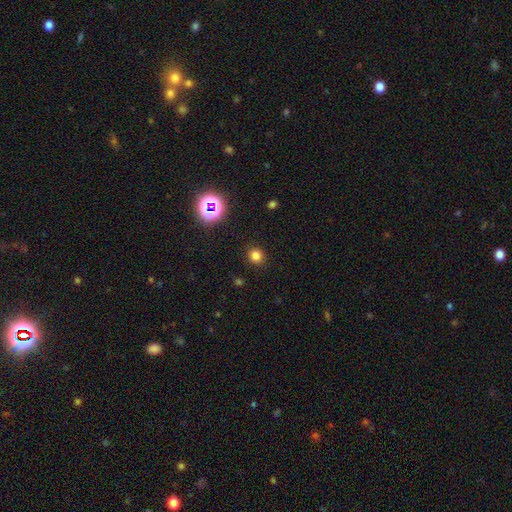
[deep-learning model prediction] This appears to be a smooth galaxy with no disk features (78%) that is round (89%). Merging: none (90%).